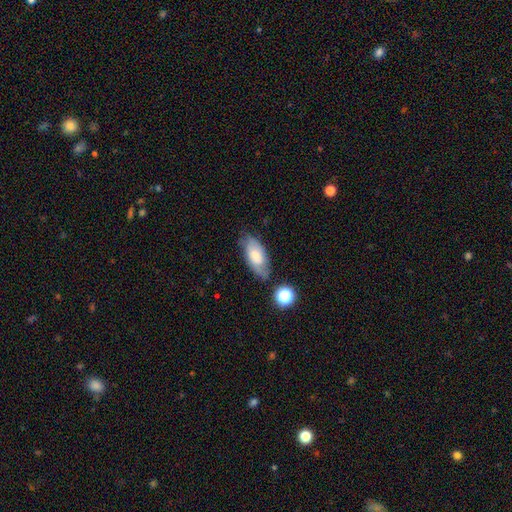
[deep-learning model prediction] Smooth or featured? Predicted: smooth (p=0.59). How rounded? Predicted: in between (p=0.88). Merging? Predicted: none (p=0.66).